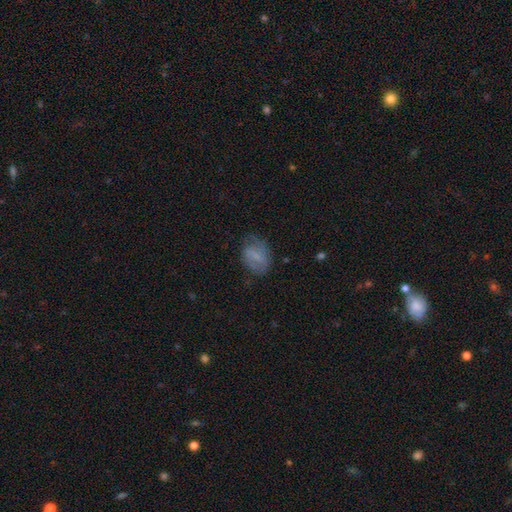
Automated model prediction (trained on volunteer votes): Morphology: type=smooth (46%); merging=none (62%).